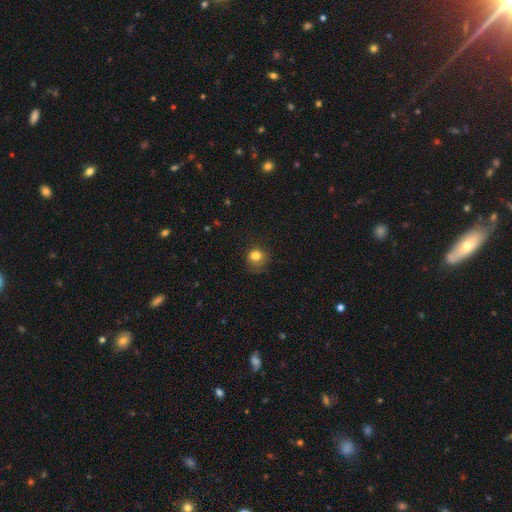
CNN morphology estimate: Overall: smooth (80%). How rounded: round (83%). Merging: none (67%).